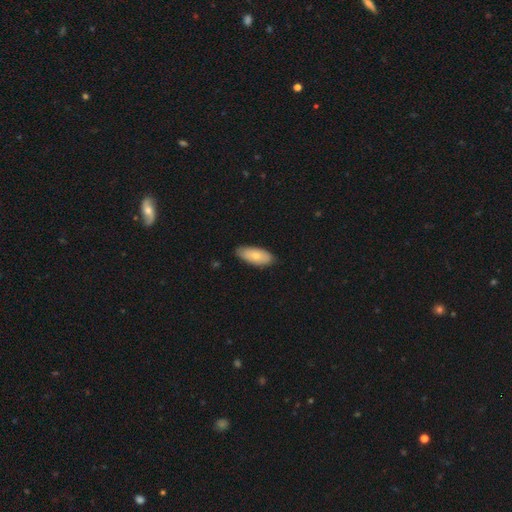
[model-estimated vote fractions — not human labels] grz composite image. It shows a smooth galaxy with no disk features (76%) that is in between round and cigar-shaped (86%). Merging: none (83%).